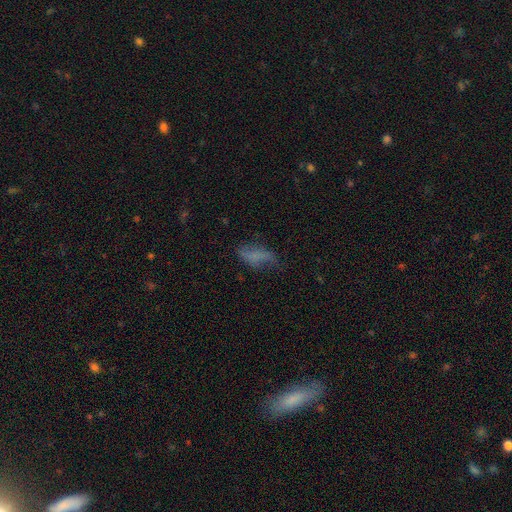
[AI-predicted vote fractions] A smooth galaxy with no disk features (61%) that is in between round and cigar-shaped (75%).

Vote fractions:
- Smooth or featured? smooth: 61% / featured or disk: 26% / star or artifact: 13%
- How rounded? in between: 75% / cigar-shaped: 21% / round: 4%
- Merging? none: 45% / minor disturbance: 30% / major disturbance: 22% / merger: 3%